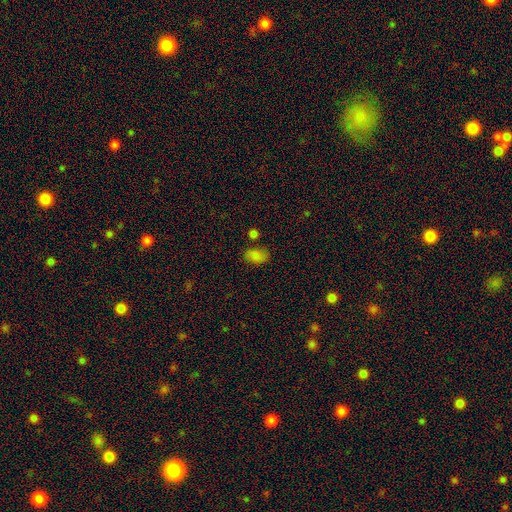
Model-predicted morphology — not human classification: Q: Smooth or featured?
A: smooth (78%); runner-up: star or artifact (15%)
Q: How rounded?
A: in between (86%); runner-up: round (13%)
Q: Merging?
A: none (67%); runner-up: minor disturbance (20%)